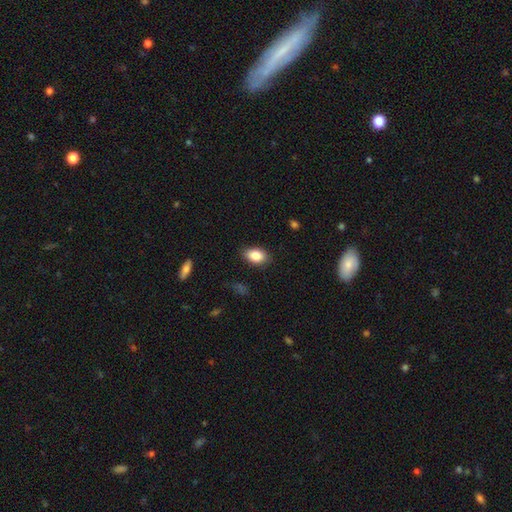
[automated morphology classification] Smooth or featured: smooth — 85% (star or artifact — 8%)
How rounded: in between — 89% (round — 9%)
Merging: none — 85% (minor disturbance — 11%)